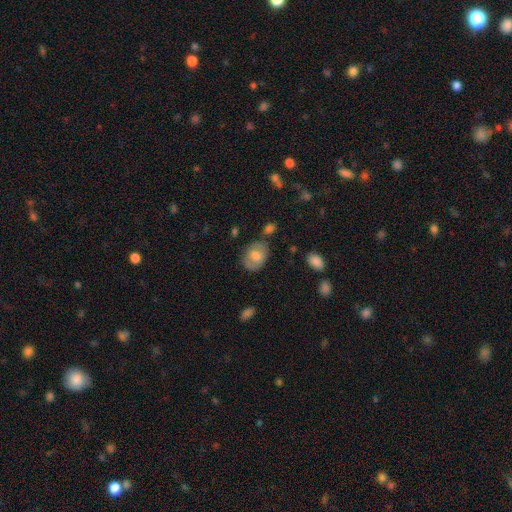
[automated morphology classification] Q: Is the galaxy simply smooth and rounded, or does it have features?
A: smooth — 63%.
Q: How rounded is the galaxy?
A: in between — 65%.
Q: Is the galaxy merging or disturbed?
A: none — 67%.